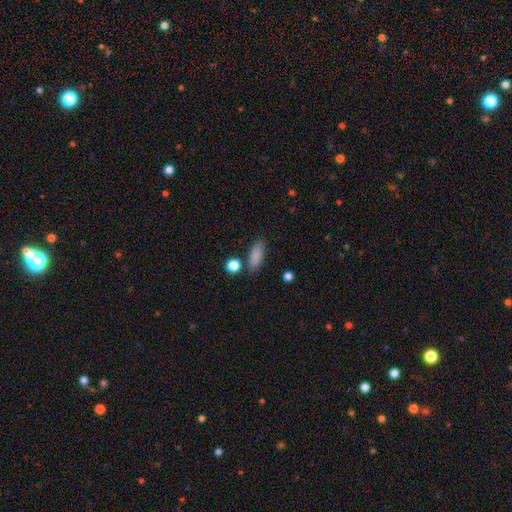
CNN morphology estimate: Smooth or featured: smooth — 86% (star or artifact — 8%)
How rounded: in between — 71% (cigar-shaped — 25%)
Merging: none — 80% (minor disturbance — 12%)